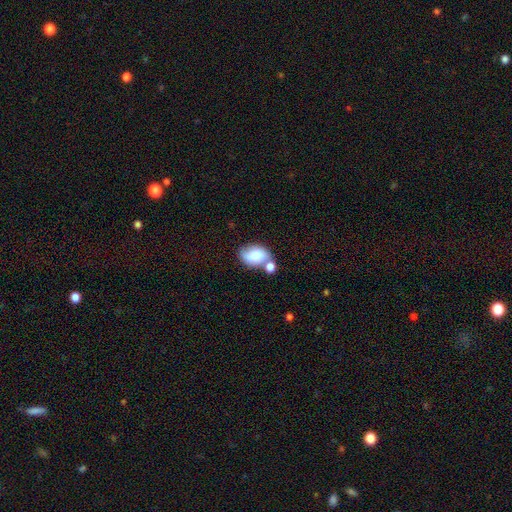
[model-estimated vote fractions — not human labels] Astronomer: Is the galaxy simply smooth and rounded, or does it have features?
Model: smooth — 76%.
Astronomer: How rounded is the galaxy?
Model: in between — 82%.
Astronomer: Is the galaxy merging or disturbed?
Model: none — 39% (runner-up: merger, 34%).